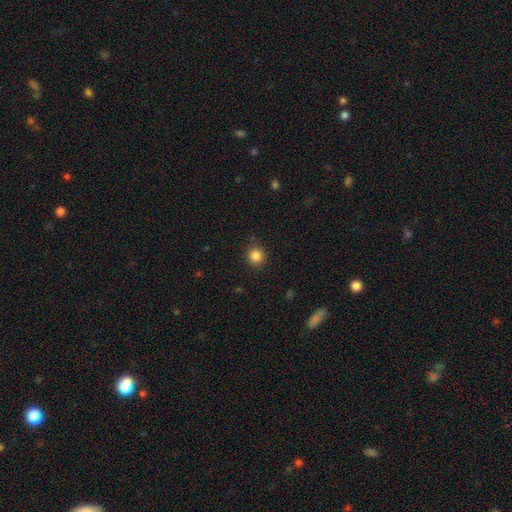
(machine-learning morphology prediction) type=smooth (84%); roundness=round (88%); merging=none (89%).